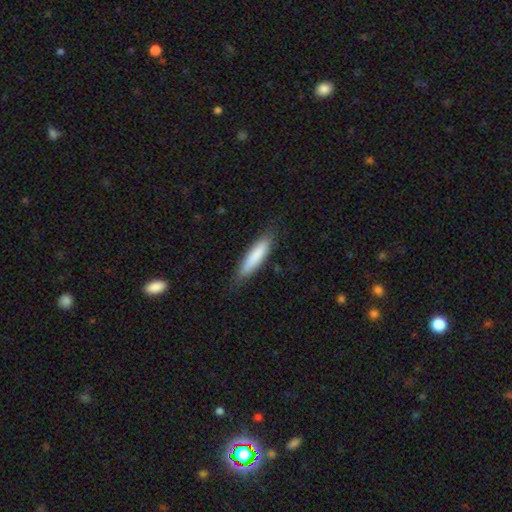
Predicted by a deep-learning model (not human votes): Overall: smooth (82%). How rounded: cigar-shaped (79%). Merging: none (82%).